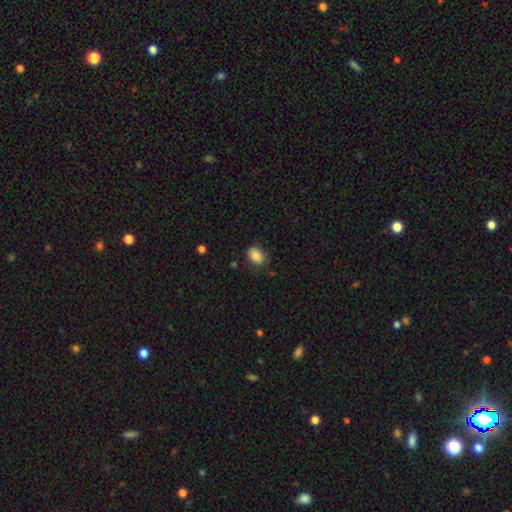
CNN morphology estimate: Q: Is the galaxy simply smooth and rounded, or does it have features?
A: smooth — 84%.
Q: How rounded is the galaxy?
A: in between — 74%.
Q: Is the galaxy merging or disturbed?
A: none — 79%.